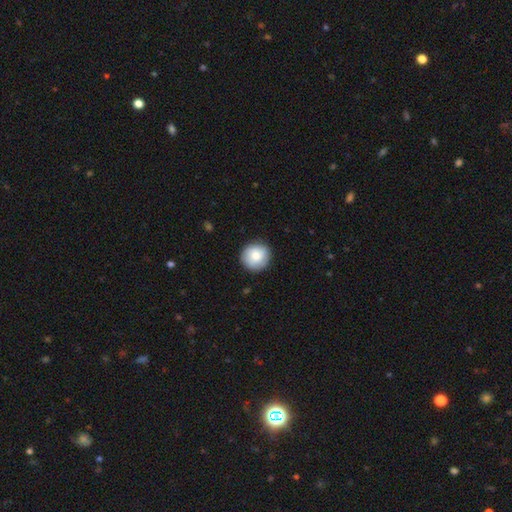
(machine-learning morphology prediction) smooth-or-featured: smooth: 81% | featured or disk: 12% | star or artifact: 7%
  how-rounded: round: 94% | in between: 5% | cigar-shaped: 1%
  merging: none: 88% | minor disturbance: 9% | major disturbance: 2% | merger: 1%